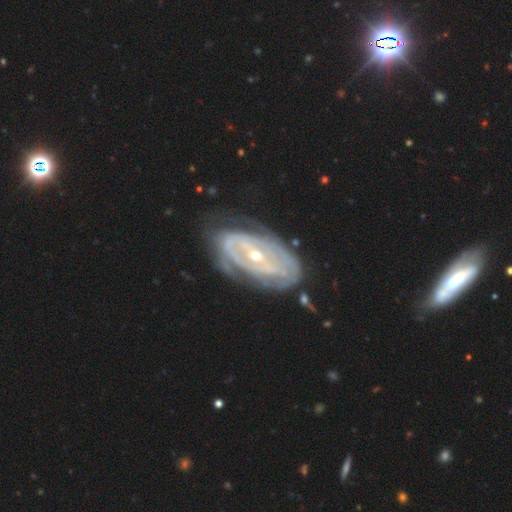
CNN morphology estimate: Overall: featured or disk (84%). Edge-on disk: no (93%). Bar: no (38%; weak 36%). Spiral arms: yes (81%). Spiral arm count: can't tell (46%; 2 31%). Spiral winding: tight (69%). Bulge size: small (55%; moderate 42%). Merging: none (64%).